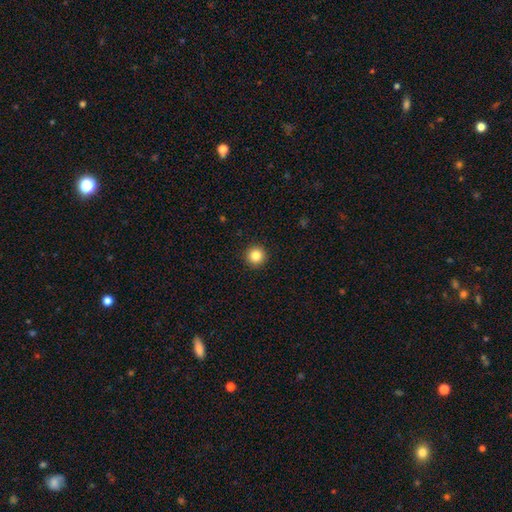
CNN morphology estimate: This appears to be a smooth galaxy with no disk features (85%) that is round (96%). Merging: none (94%).